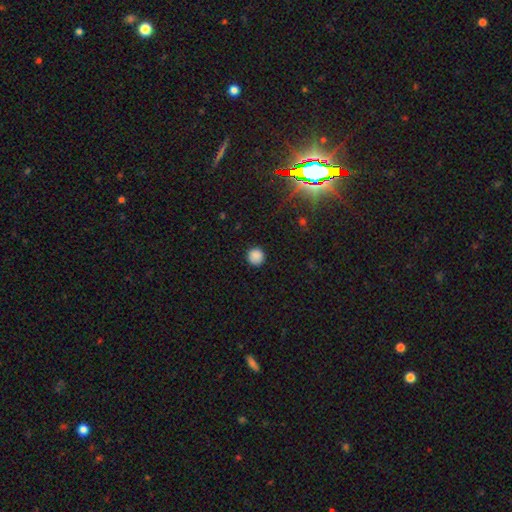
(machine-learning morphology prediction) smooth 86%, star or artifact 11%, featured or disk 3%. Down the decision tree: how rounded — round (94%); merging — none (89%).